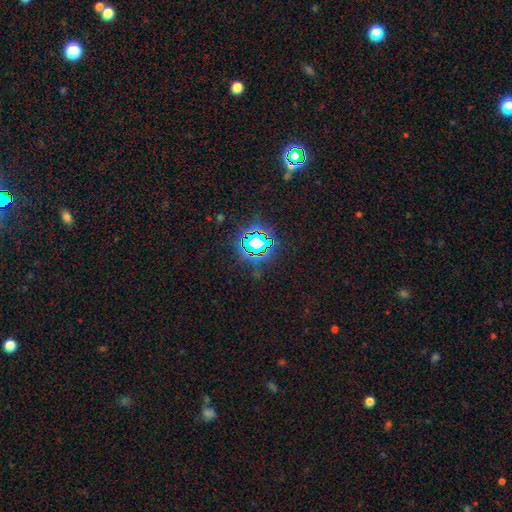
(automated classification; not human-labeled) Morphology: type=star or artifact (79%).